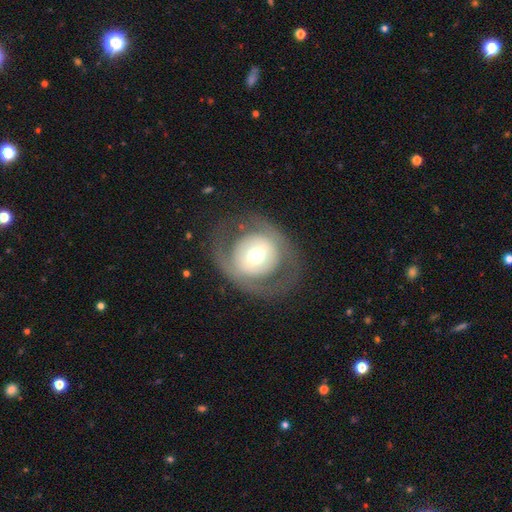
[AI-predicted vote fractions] Smooth or featured: featured or disk — 60% (smooth — 33%)
Edge-on disk: no — 94% (yes — 6%)
Bar: no — 53% (weak — 28%)
Spiral arms: no — 70% (yes — 30%)
Bulge size: moderate — 58% (small — 26%)
Merging: none — 74% (major disturbance — 13%)